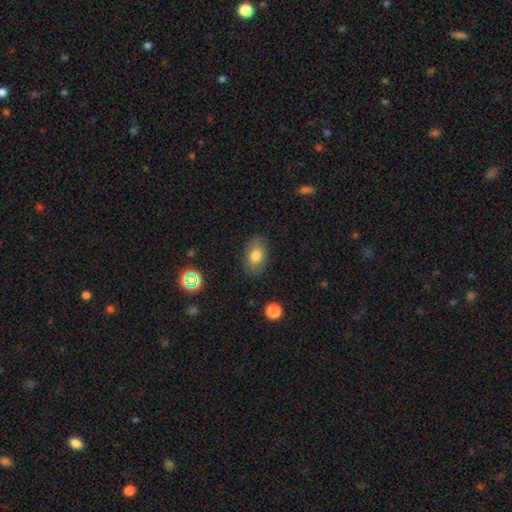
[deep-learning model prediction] smooth_or_featured: smooth (p=0.77) [alt: featured or disk p=0.13]
how_rounded: in between (p=0.86) [alt: round p=0.12]
merging: none (p=0.83) [alt: minor disturbance p=0.12]